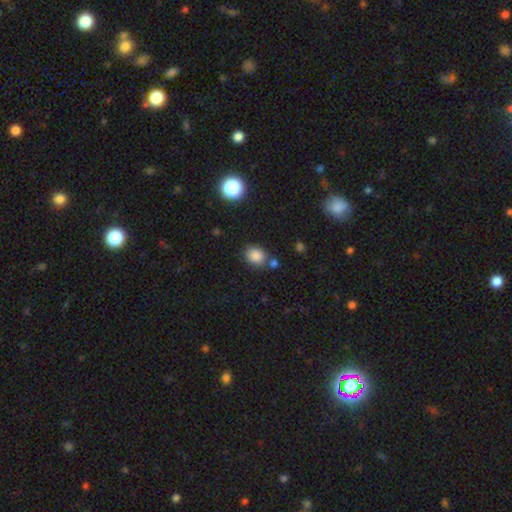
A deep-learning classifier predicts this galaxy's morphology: type=smooth (84%); roundness=in between (56%); merging=none (74%).